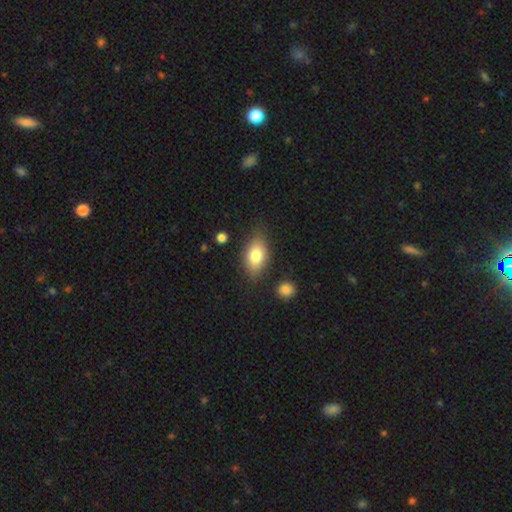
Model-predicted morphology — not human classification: smooth 79%, featured or disk 13%, star or artifact 7%. Down the decision tree: how rounded — in between (89%); merging — none (76%).